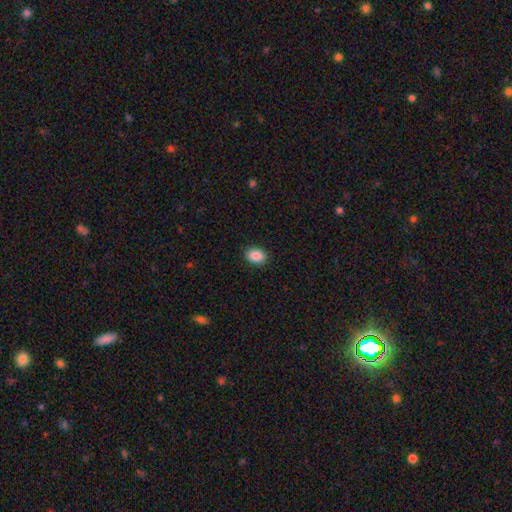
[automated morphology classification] Smooth or featured? smooth (89%)
How rounded? in between (73%)
Merging? none (89%)